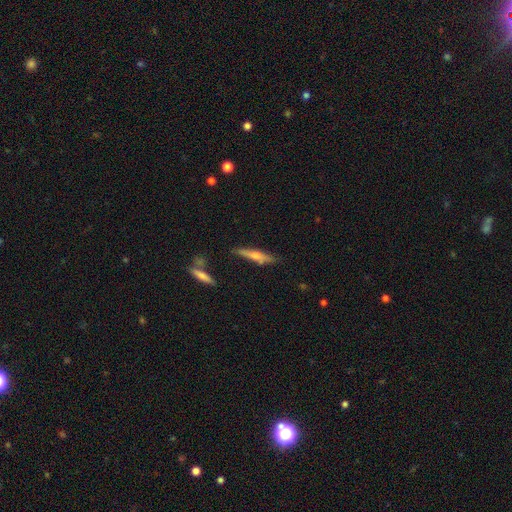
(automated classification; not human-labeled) smooth 53%, featured or disk 40%, star or artifact 6%. Down the decision tree: how rounded — cigar-shaped (85%); merging — none (75%).